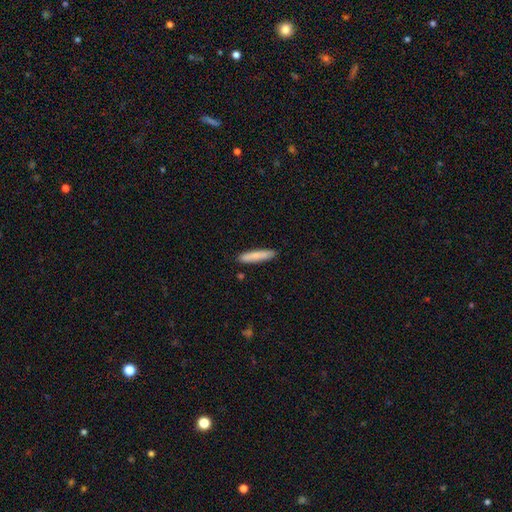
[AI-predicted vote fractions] A smooth galaxy with no disk features (81%) that is cigar-shaped (88%). Merging: none (89%).